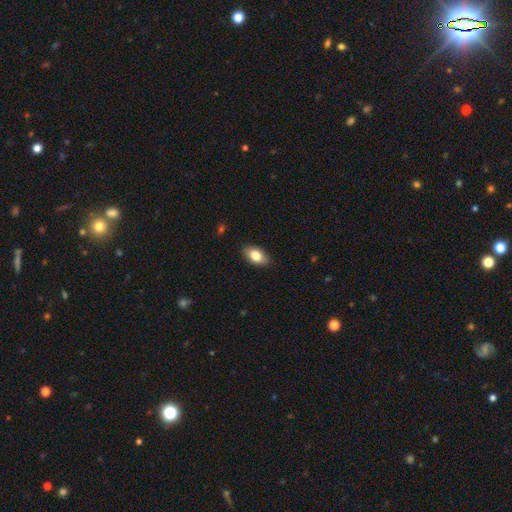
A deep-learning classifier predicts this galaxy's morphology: The model was most divided on "smooth or featured": smooth: 81%, featured or disk: 12%, star or artifact: 7%. More confident: how rounded — in between (91%); merging — none (87%).